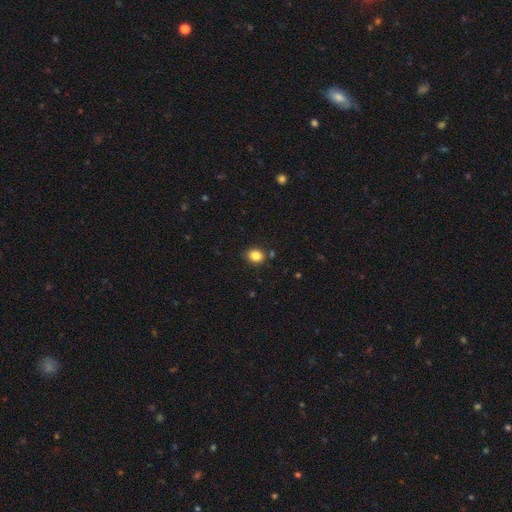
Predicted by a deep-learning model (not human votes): A smooth galaxy with no disk features (85%) that is round (61%).

Vote fractions:
- Smooth or featured? smooth: 85% / star or artifact: 10% / featured or disk: 5%
- How rounded? round: 61% / in between: 38% / cigar-shaped: 1%
- Merging? none: 85% / minor disturbance: 10% / merger: 4% / major disturbance: 2%